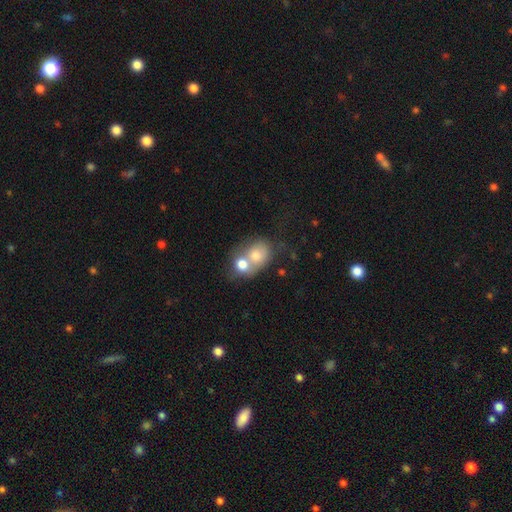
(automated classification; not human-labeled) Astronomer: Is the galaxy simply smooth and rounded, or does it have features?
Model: smooth — 70%.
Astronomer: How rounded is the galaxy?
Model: round — 55% (runner-up: in between, 44%).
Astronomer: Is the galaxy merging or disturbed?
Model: merger — 70%.